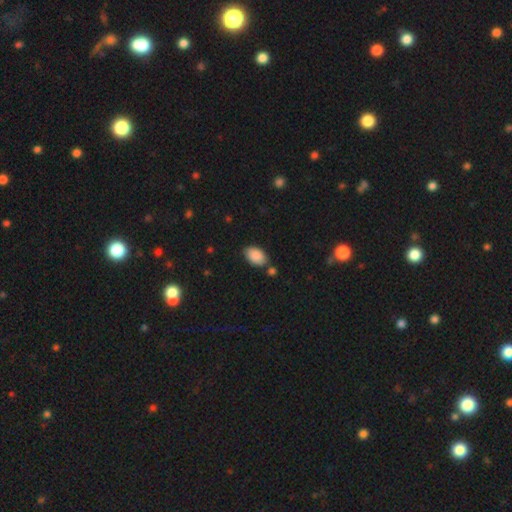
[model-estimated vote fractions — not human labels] Q: Smooth or featured?
A: smooth (89%); runner-up: star or artifact (7%)
Q: How rounded?
A: in between (91%); runner-up: round (8%)
Q: Merging?
A: none (73%); runner-up: minor disturbance (16%)